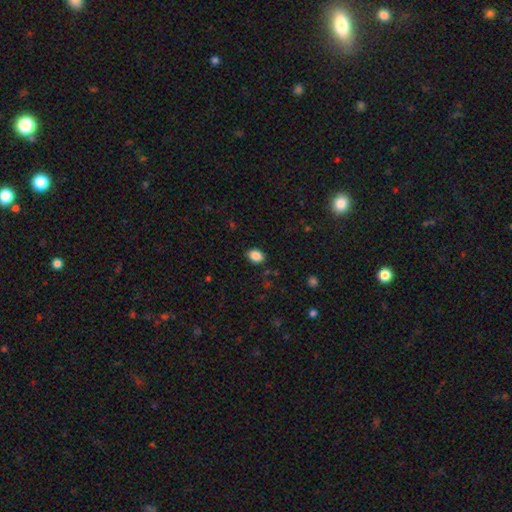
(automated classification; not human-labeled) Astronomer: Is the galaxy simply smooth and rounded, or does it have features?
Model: smooth — 88%.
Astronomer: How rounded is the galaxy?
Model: in between — 72%.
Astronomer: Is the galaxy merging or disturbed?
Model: none — 87%.